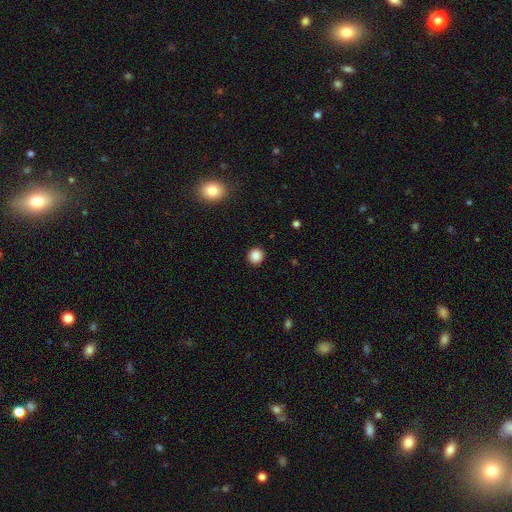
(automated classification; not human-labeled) smooth_or_featured: smooth (p=0.87) [alt: star or artifact p=0.10]
how_rounded: round (p=0.93) [alt: in between p=0.06]
merging: none (p=0.92) [alt: minor disturbance p=0.05]